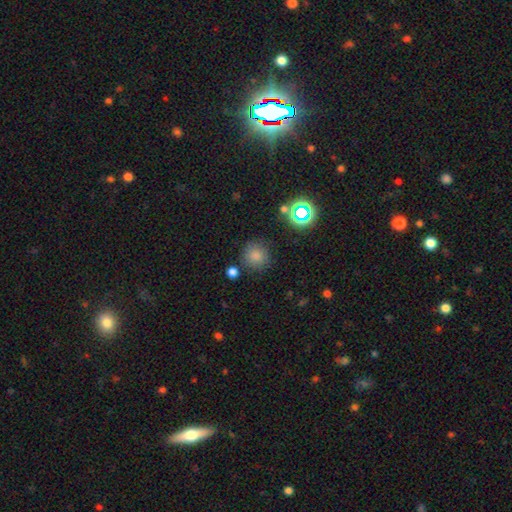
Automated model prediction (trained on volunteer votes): Morphology: type=smooth (79%); roundness=round (93%); merging=none (81%).